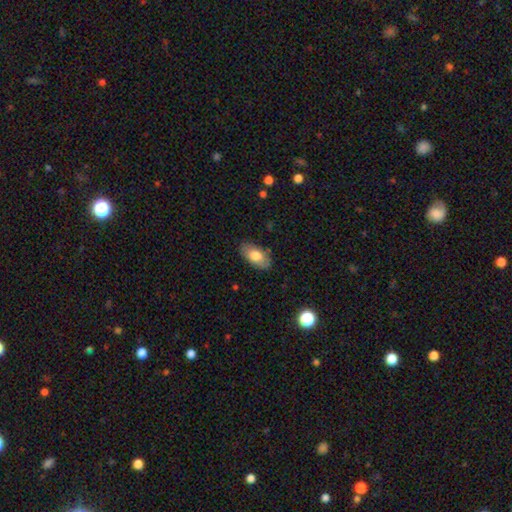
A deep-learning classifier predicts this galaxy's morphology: Overall: smooth (77%). How rounded: in between (93%). Merging: none (82%).